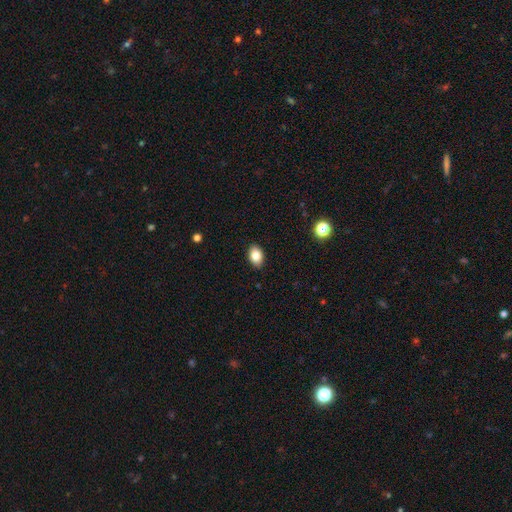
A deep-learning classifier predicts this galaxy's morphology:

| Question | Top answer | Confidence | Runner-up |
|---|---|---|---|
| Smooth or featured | smooth | 84% | star or artifact (9%) |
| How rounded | in between | 86% | round (13%) |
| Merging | none | 88% | minor disturbance (9%) |